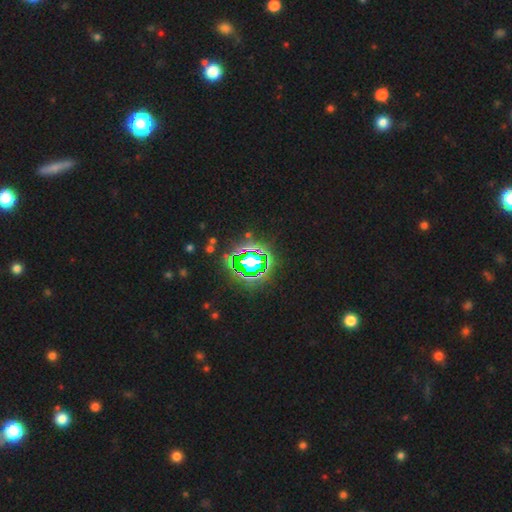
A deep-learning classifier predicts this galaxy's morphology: This appears to be a star or artifact, not a galaxy (75%).